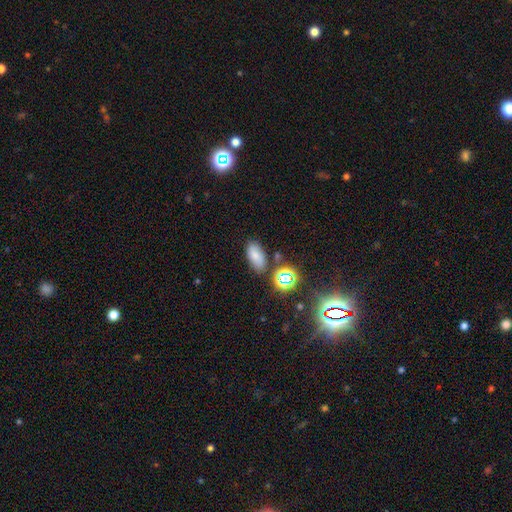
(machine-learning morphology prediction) Q: Smooth or featured?
A: smooth (68%); runner-up: star or artifact (19%)
Q: How rounded?
A: in between (89%); runner-up: round (8%)
Q: Merging?
A: none (77%); runner-up: minor disturbance (13%)